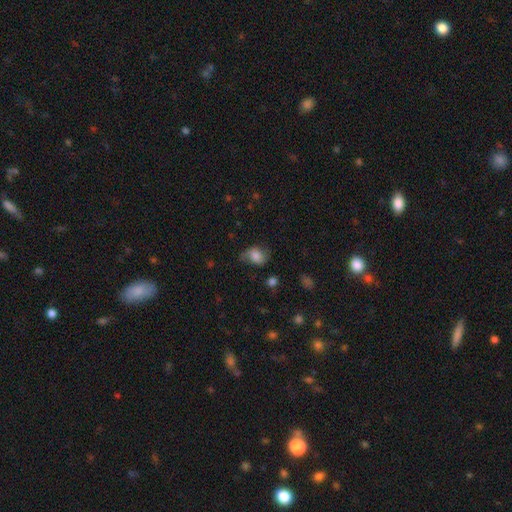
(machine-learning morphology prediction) Q: Smooth or featured?
A: smooth (66%); runner-up: featured or disk (24%)
Q: How rounded?
A: in between (61%); runner-up: round (38%)
Q: Merging?
A: none (51%); runner-up: minor disturbance (33%)